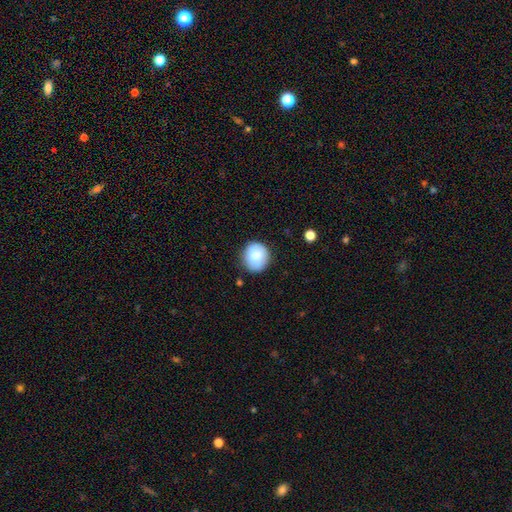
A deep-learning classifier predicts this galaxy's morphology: Smooth or featured?
  - smooth: 85% *
  - featured or disk: 8%
  - star or artifact: 7%
How rounded?
  - round: 84% *
  - in between: 15%
  - cigar-shaped: 1%
Merging?
  - none: 84% *
  - minor disturbance: 12%
  - major disturbance: 3%
  - merger: 2%